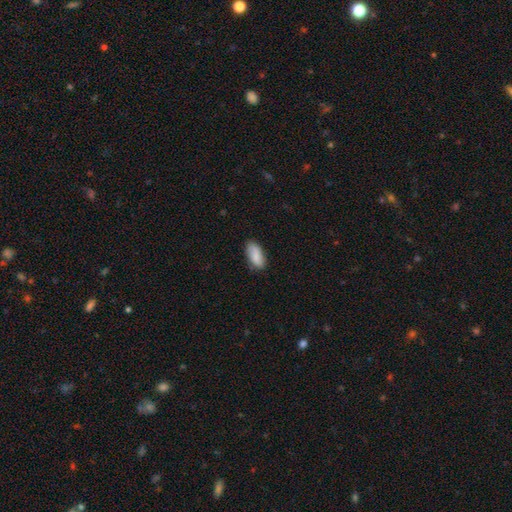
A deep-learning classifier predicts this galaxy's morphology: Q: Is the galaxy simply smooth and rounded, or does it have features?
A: smooth — 87%.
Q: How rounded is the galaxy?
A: in between — 87%.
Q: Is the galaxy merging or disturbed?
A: none — 78%.